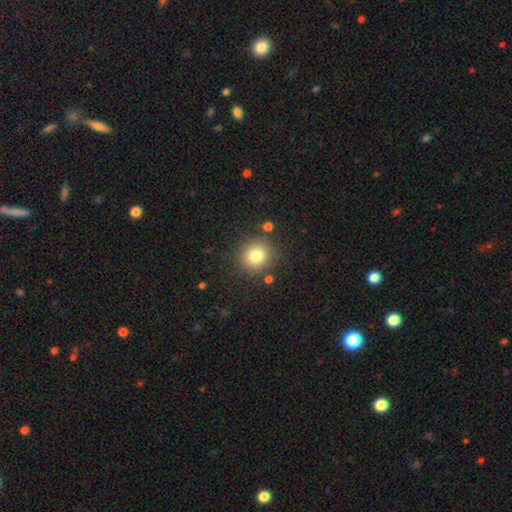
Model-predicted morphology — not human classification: smooth-or-featured: smooth: 80% | star or artifact: 12% | featured or disk: 8%
  how-rounded: round: 90% | in between: 9% | cigar-shaped: 1%
  merging: none: 85% | minor disturbance: 8% | merger: 4% | major disturbance: 3%